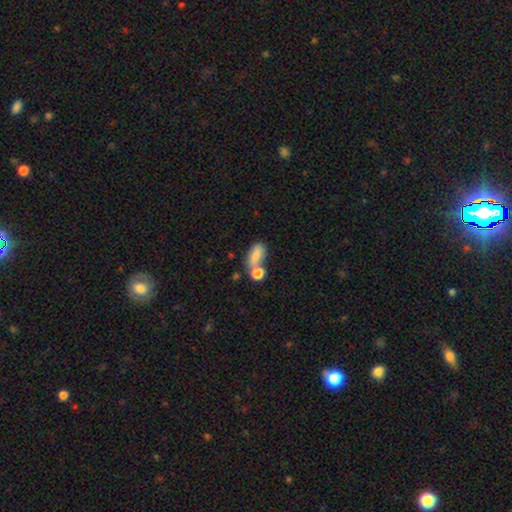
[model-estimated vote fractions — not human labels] This appears to be a smooth galaxy with no disk features (77%) that is in between round and cigar-shaped (79%). Merging: none (43%).